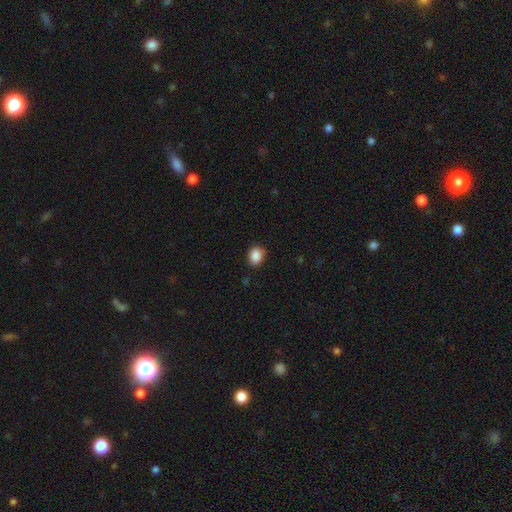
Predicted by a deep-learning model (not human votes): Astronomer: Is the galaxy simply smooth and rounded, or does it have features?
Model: smooth — 88%.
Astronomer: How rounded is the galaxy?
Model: in between — 56% (runner-up: round, 43%).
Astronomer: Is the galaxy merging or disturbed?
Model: none — 84%.